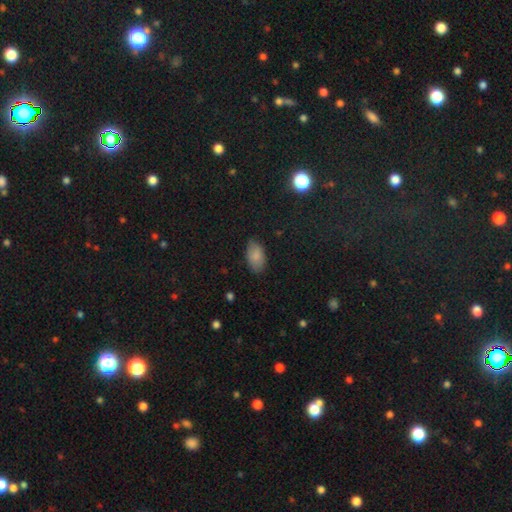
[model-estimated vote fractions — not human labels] The model was most divided on "merging": none: 80%, minor disturbance: 16%, major disturbance: 3%, merger: 1%. More confident: how rounded — in between (93%); smooth or featured — smooth (86%).